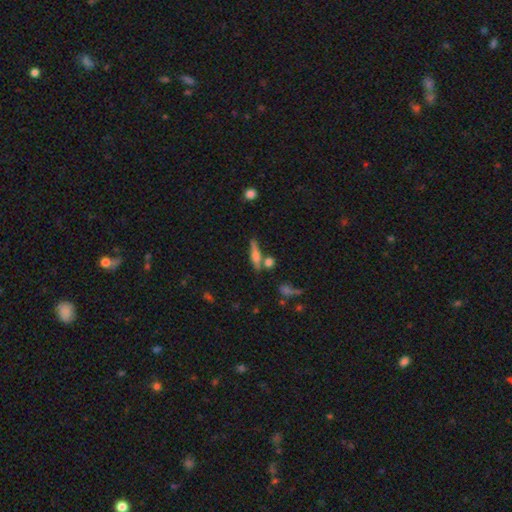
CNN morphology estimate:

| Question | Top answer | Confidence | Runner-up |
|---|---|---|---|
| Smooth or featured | featured or disk | 49% | smooth (42%) |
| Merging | none | 70% | merger (14%) |